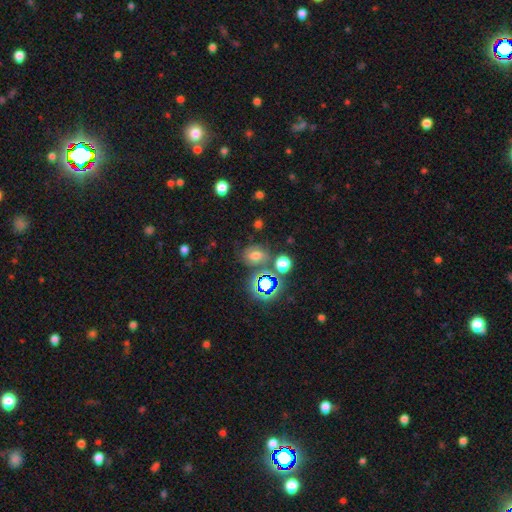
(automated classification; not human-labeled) This appears to be a smooth galaxy with no disk features (51%) that is in between round and cigar-shaped (55%). Merging: none (64%).